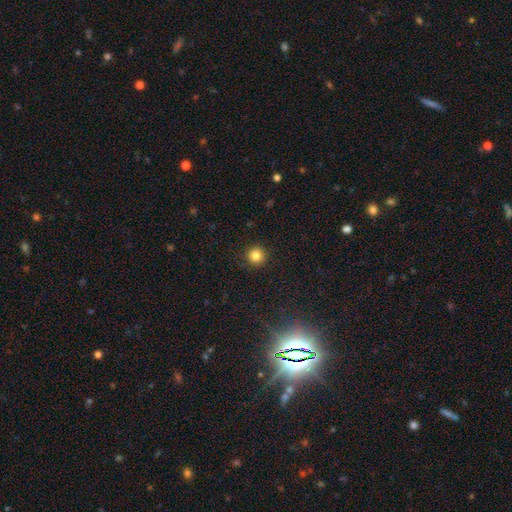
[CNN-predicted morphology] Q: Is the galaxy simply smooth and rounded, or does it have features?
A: smooth — 83%.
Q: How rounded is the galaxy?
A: round — 95%.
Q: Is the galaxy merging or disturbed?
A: none — 92%.